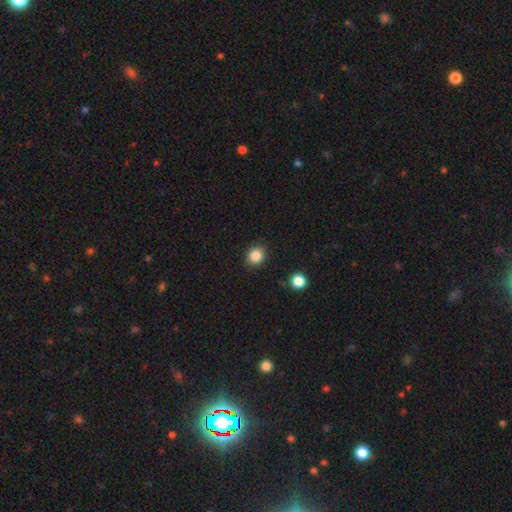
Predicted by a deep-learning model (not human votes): This is clearly a smooth galaxy (86%). How rounded: likely round (78%). Merging: clearly none (89%).